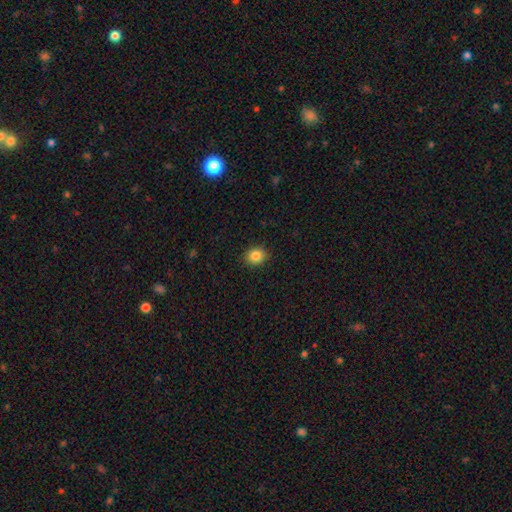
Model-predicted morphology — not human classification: This is clearly a smooth galaxy (85%). How rounded: likely round (68%). Merging: clearly none (90%).